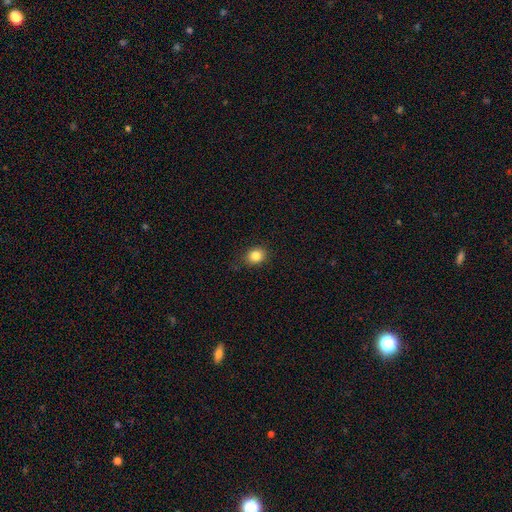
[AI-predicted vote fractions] smooth 84%, star or artifact 11%, featured or disk 5%. Down the decision tree: how rounded — round (67%); merging — none (85%).